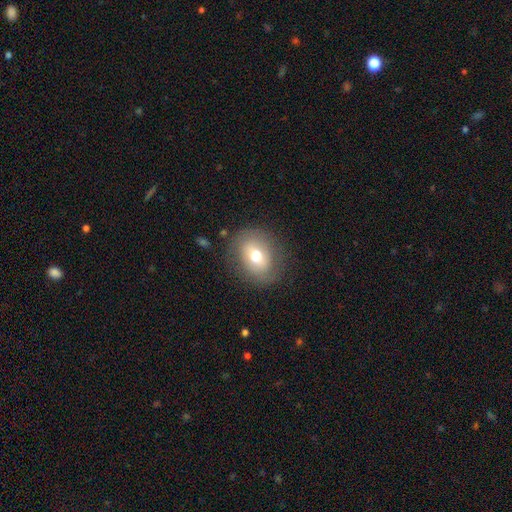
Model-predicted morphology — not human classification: A smooth galaxy with no disk features (64%) that is round (56%). Merging: none (79%).